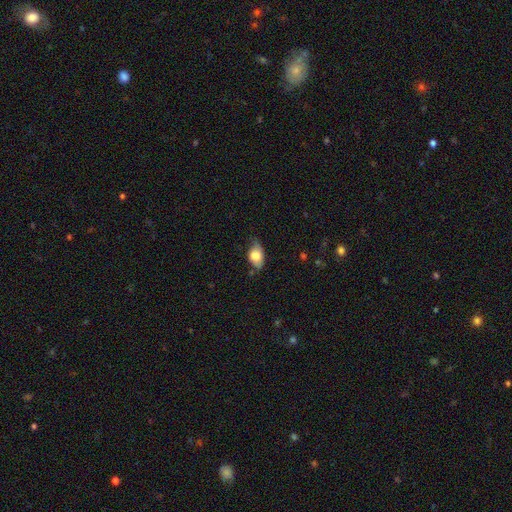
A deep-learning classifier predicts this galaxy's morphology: smooth 75%, featured or disk 18%, star or artifact 7%. Down the decision tree: how rounded — in between (86%); merging — none (47%).